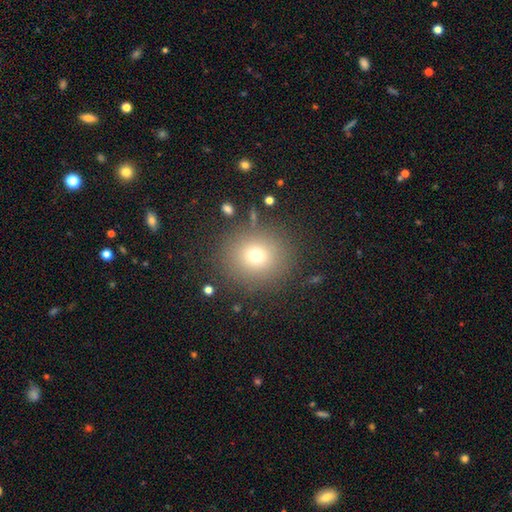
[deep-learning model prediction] Morphology: type=smooth (71%); roundness=round (89%); merging=none (86%).